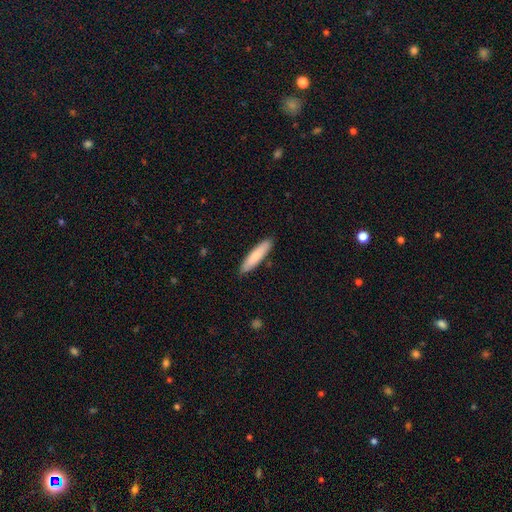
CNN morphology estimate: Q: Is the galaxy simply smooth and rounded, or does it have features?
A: smooth — 79%.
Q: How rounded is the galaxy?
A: cigar-shaped — 84%.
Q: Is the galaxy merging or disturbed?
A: none — 88%.